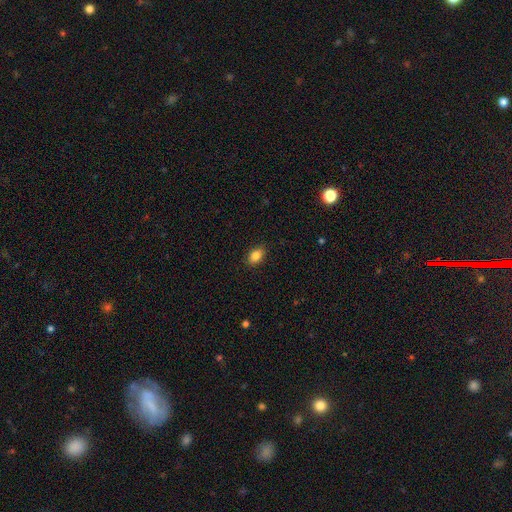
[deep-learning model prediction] Morphology: type=smooth (85%); roundness=in between (84%); merging=none (88%).